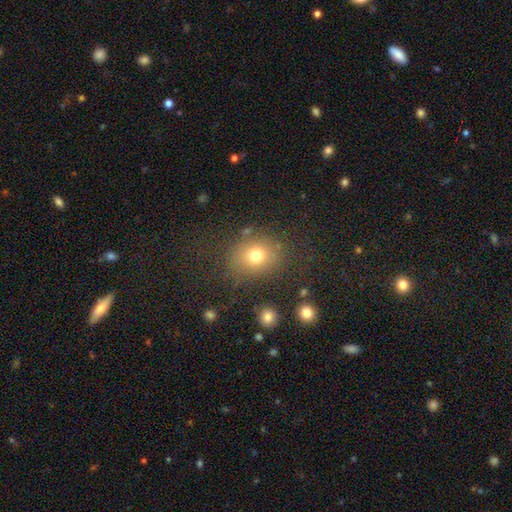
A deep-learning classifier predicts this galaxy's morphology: Q: Smooth or featured?
A: smooth (75%); runner-up: star or artifact (15%)
Q: How rounded?
A: round (65%); runner-up: in between (34%)
Q: Merging?
A: none (77%); runner-up: minor disturbance (13%)